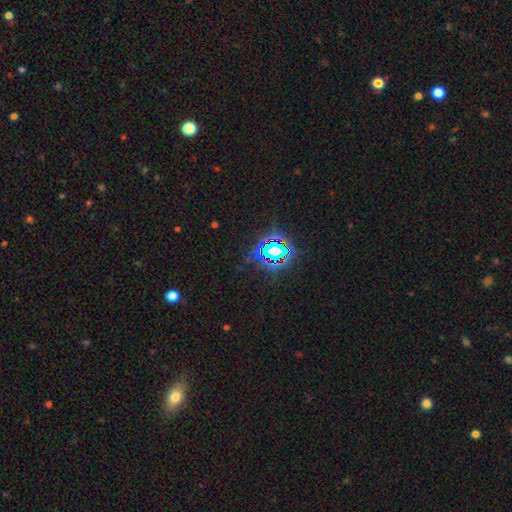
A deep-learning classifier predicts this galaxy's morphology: smooth-or-featured: star or artifact: 79% | smooth: 13% | featured or disk: 8%